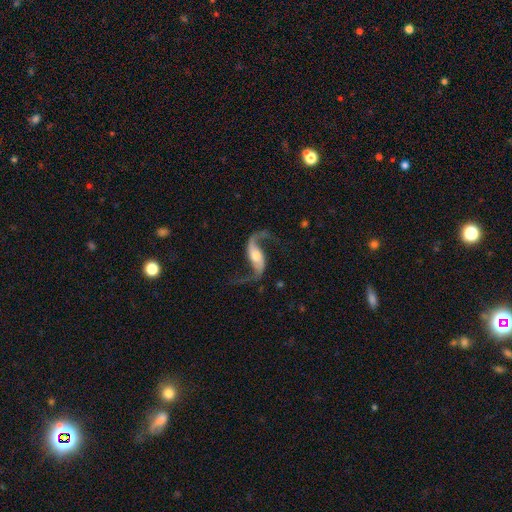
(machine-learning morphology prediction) This is clearly a featured or disk galaxy (91%). It is clearly not viewed edge-on (95%). Bar: marginally no (35%). Spiral arm pattern: clearly yes (97%). Spiral arm count: clearly 2 (94%). Spiral winding: clearly loose (88%). Central bulge: marginally moderate (42%). Merging: likely none (75%).